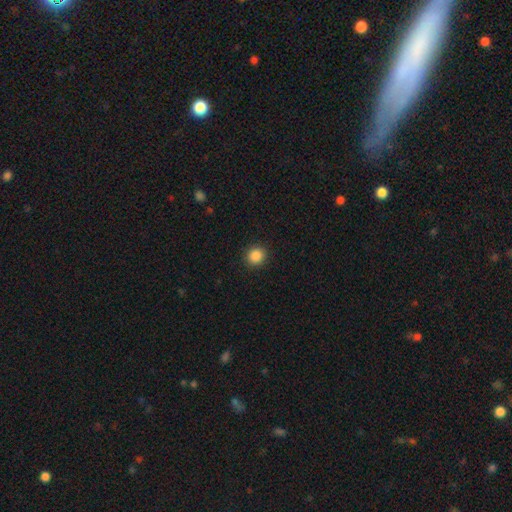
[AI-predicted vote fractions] A smooth galaxy with no disk features (87%) that is round (87%).

Vote fractions:
- Smooth or featured? smooth: 87% / star or artifact: 10% / featured or disk: 3%
- How rounded? round: 87% / in between: 12% / cigar-shaped: 1%
- Merging? none: 91% / minor disturbance: 6% / major disturbance: 2% / merger: 1%